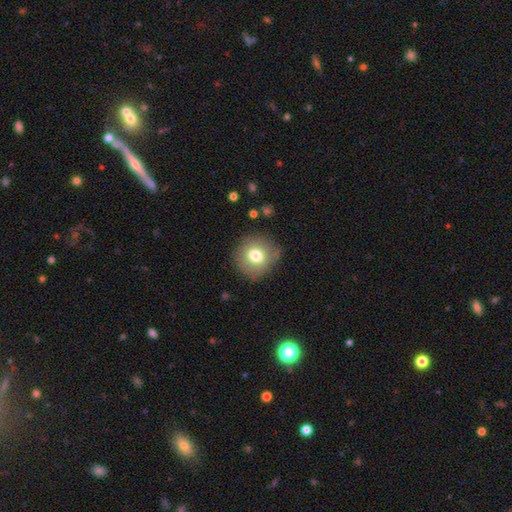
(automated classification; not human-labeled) Smooth or featured?
  - smooth: 75% *
  - featured or disk: 15%
  - star or artifact: 10%
How rounded?
  - round: 90% *
  - in between: 9%
  - cigar-shaped: 1%
Merging?
  - none: 82% *
  - minor disturbance: 13%
  - major disturbance: 4%
  - merger: 2%